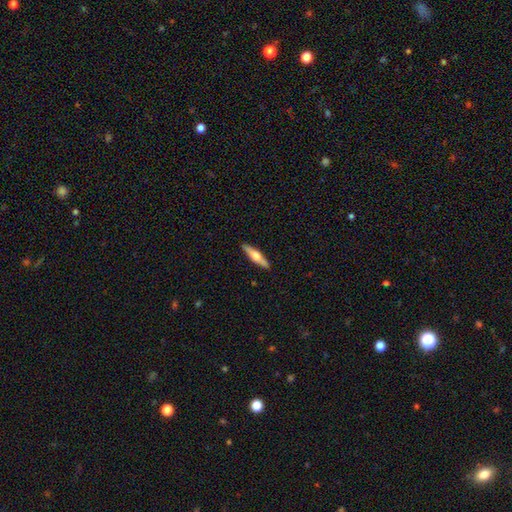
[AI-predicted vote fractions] A featured or disk galaxy (52%) viewed edge-on (95%).

Vote fractions:
- Smooth or featured? featured or disk: 52% / smooth: 42% / star or artifact: 6%
- Edge-on disk? yes: 95% / no: 5%
- Merging? none: 90% / minor disturbance: 7% / major disturbance: 2% / merger: 1%